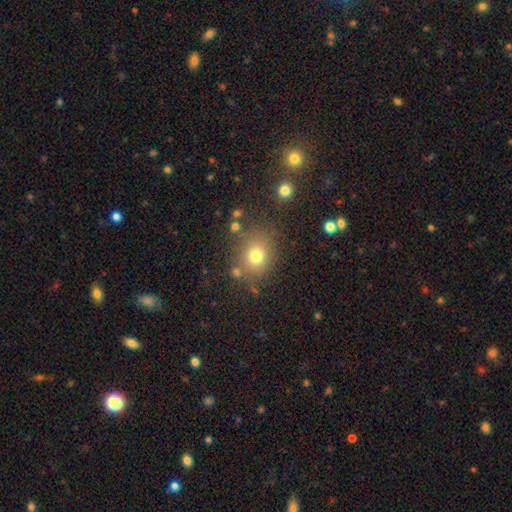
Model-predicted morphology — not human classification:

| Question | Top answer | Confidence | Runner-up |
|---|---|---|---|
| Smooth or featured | smooth | 75% | star or artifact (15%) |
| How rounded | round | 69% | in between (30%) |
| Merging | none | 76% | minor disturbance (12%) |